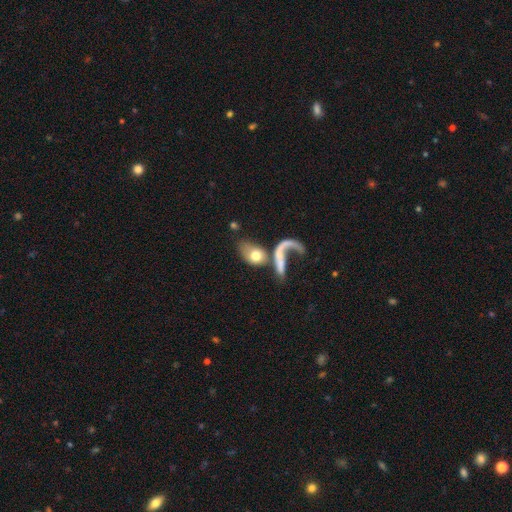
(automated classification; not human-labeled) Q: Smooth or featured?
A: smooth (55%); runner-up: featured or disk (38%)
Q: How rounded?
A: in between (71%); runner-up: round (22%)
Q: Merging?
A: merger (39%); runner-up: major disturbance (33%)